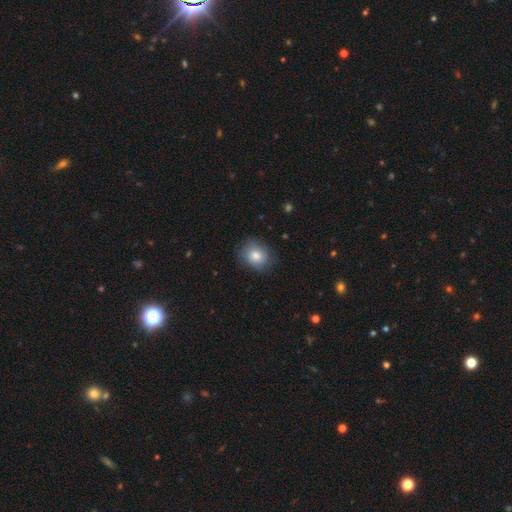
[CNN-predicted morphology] smooth-or-featured: smooth: 76% | featured or disk: 16% | star or artifact: 8%
  how-rounded: round: 63% | in between: 36% | cigar-shaped: 1%
  merging: none: 76% | minor disturbance: 18% | major disturbance: 5% | merger: 1%